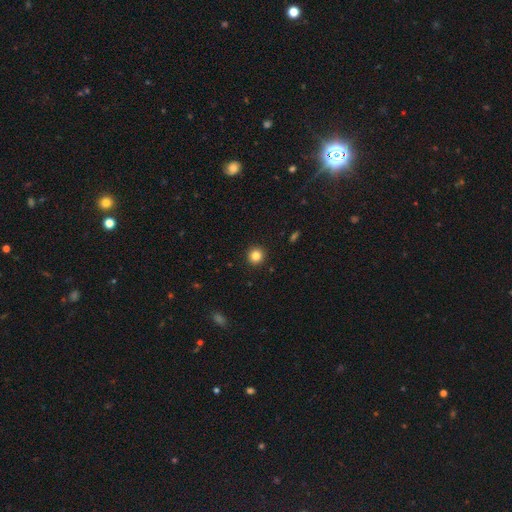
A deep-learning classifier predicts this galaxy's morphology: The model was most divided on "smooth or featured": smooth: 83%, star or artifact: 11%, featured or disk: 5%. More confident: how rounded — round (94%); merging — none (93%).